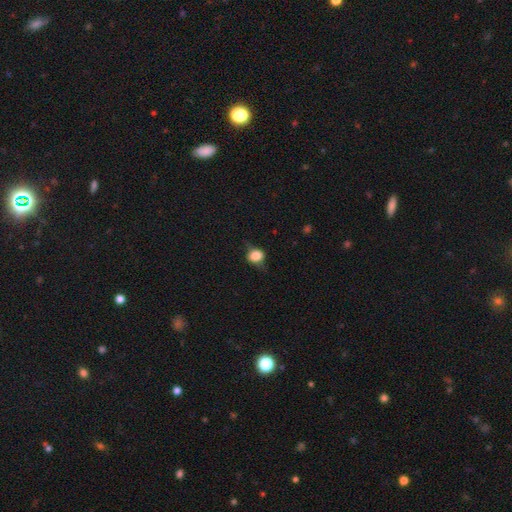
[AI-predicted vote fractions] Smooth or featured?
  - smooth: 69% *
  - featured or disk: 21%
  - star or artifact: 10%
How rounded?
  - round: 59% *
  - in between: 39%
  - cigar-shaped: 2%
Merging?
  - none: 63% *
  - minor disturbance: 26%
  - major disturbance: 10%
  - merger: 1%